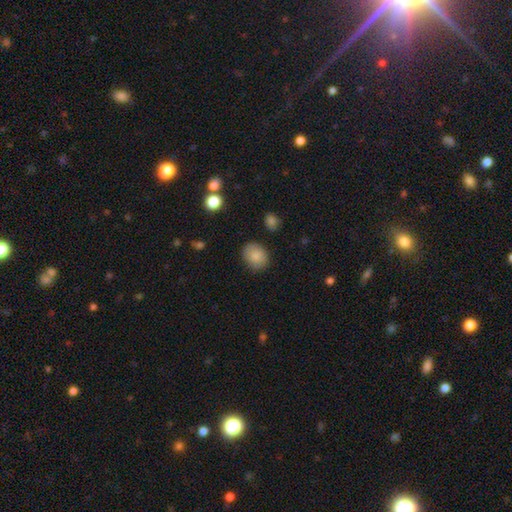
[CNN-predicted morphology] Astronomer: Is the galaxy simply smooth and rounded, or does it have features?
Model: smooth — 84%.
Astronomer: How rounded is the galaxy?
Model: round — 53% (runner-up: in between, 47%).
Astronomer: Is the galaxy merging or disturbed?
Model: none — 85%.